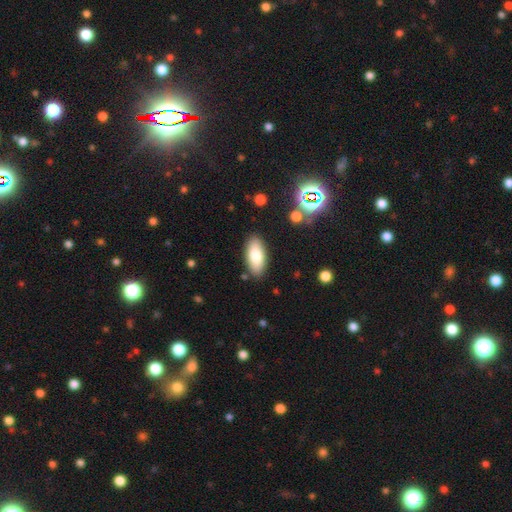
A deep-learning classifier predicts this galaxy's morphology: type=smooth (79%); roundness=in between (87%); merging=none (86%).